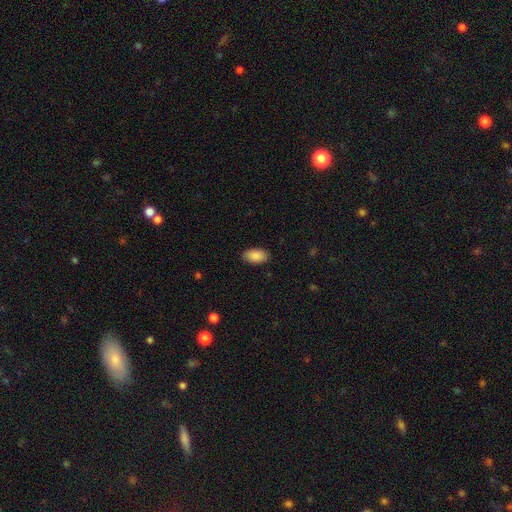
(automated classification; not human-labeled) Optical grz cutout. It shows a smooth galaxy with no disk features (89%) that is in between round and cigar-shaped (95%). Merging: none (88%).